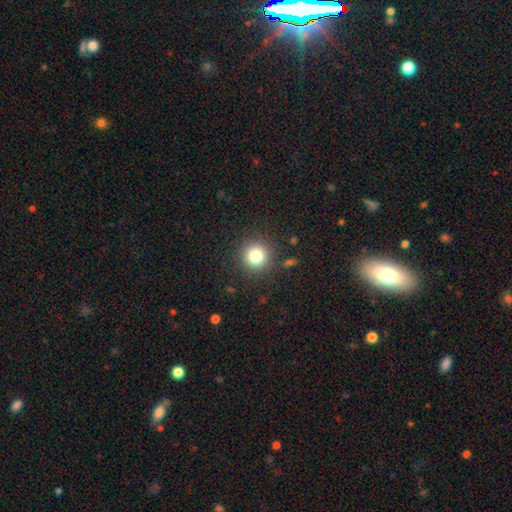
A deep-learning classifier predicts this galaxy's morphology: smooth 81%, star or artifact 12%, featured or disk 7%. Down the decision tree: how rounded — round (94%); merging — none (89%).